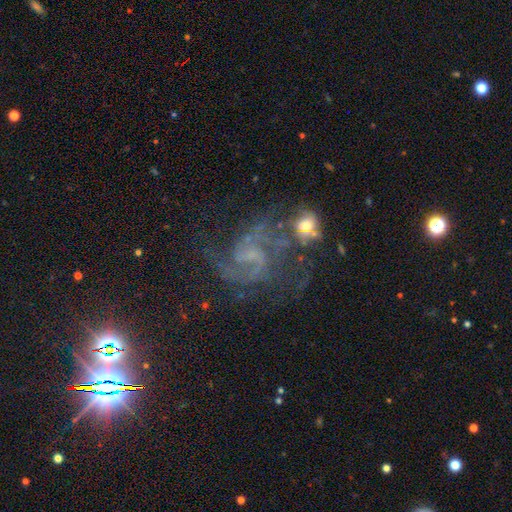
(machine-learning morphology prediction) Smooth or featured? featured or disk (63%)
Edge-on disk? no (97%)
Bar? no (49%)
Spiral arms? yes (89%)
Spiral winding? medium (46%)
Spiral arm count? 2 (49%)
Bulge size? small (63%)
Merging? none (56%)